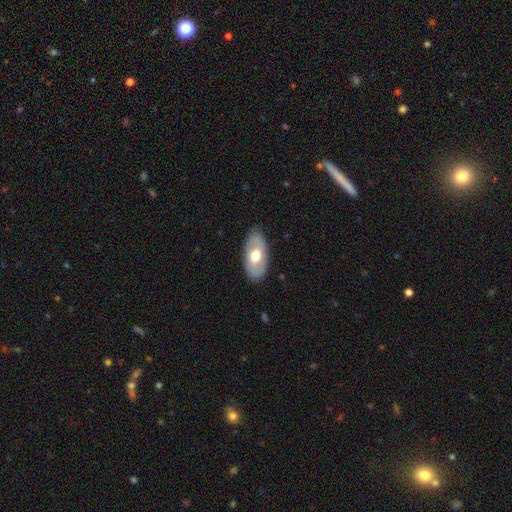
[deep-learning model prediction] smooth 57%, featured or disk 38%, star or artifact 5%. Down the decision tree: how rounded — in between (93%); merging — none (82%).